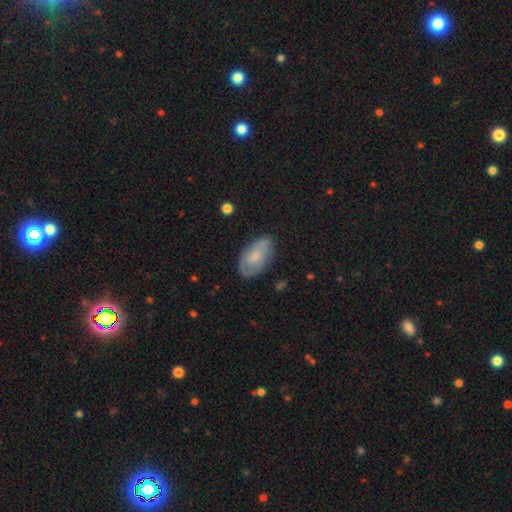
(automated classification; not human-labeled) The model was most divided on "smooth or featured": smooth: 57%, featured or disk: 36%, star or artifact: 7%. More confident: how rounded — in between (93%); merging — none (72%).